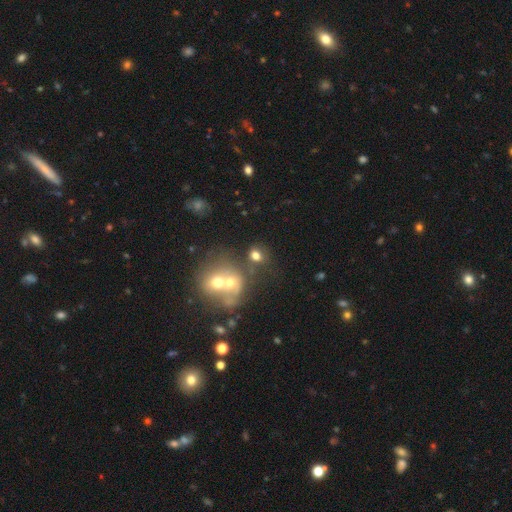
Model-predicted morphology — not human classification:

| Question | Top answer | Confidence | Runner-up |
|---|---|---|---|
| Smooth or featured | smooth | 67% | star or artifact (17%) |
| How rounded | round | 60% | in between (39%) |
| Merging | none | 44% | merger (37%) |